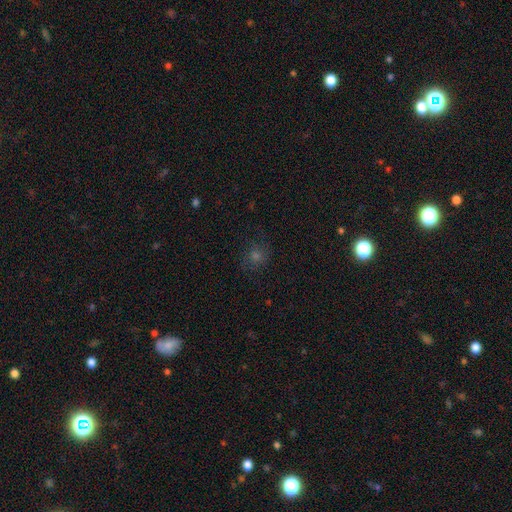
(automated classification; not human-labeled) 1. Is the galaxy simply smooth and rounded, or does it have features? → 49% smooth, 34% star or artifact, 17% featured or disk.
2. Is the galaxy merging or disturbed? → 81% none, 12% minor disturbance, 6% major disturbance, 1% merger.